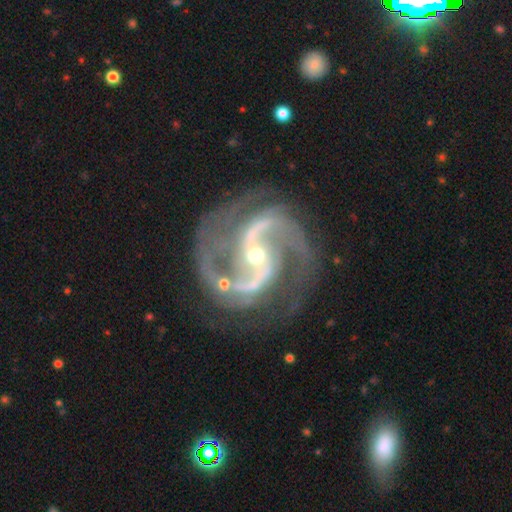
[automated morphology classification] Smooth or featured? Predicted: featured or disk (p=0.93). Edge-on disk? Predicted: no (p=0.98). Bar? Predicted: strong (p=0.35, tied with weak). Spiral arms? Predicted: yes (p=0.99). Spiral winding? Predicted: medium (p=0.66). Spiral arm count? Predicted: 2 (p=0.89). Bulge size? Predicted: small (p=0.59). Merging? Predicted: none (p=0.73).